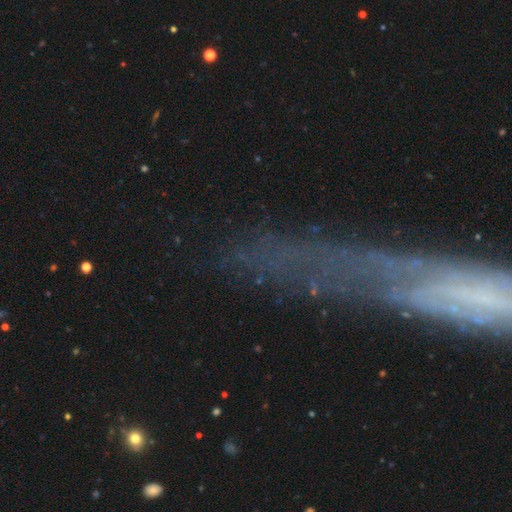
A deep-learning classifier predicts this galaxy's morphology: A featured or disk galaxy (47%).

Vote fractions:
- Smooth or featured? featured or disk: 47% / star or artifact: 32% / smooth: 21%
- Merging? none: 63% / minor disturbance: 16% / major disturbance: 14% / merger: 8%